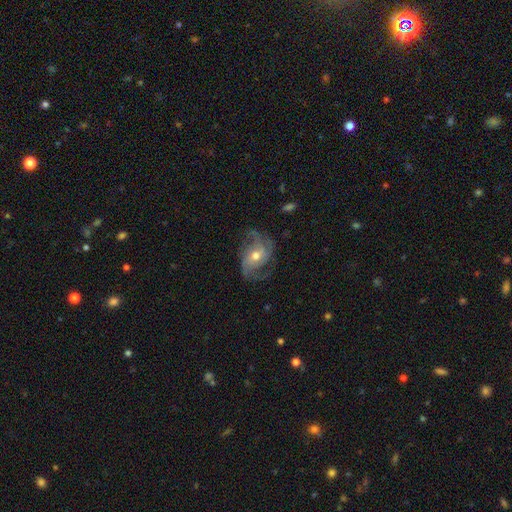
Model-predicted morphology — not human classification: Overall: featured or disk (84%). Edge-on disk: no (97%). Bar: no (58%; weak 31%). Spiral arms: yes (95%). Spiral arm count: 2 (43%; 3 28%). Spiral winding: medium (47%; loose 30%). Bulge size: moderate (67%). Merging: none (65%).